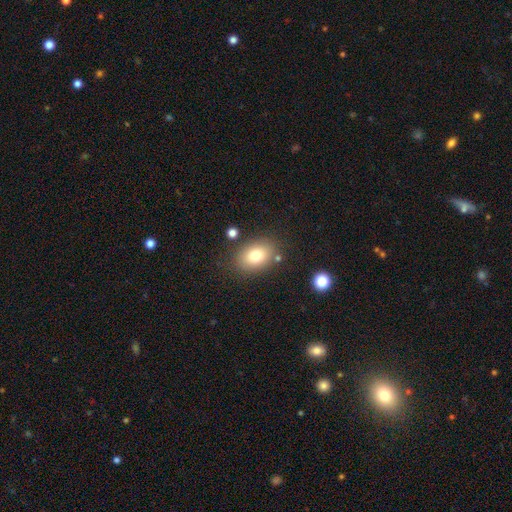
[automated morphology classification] This appears to be a smooth galaxy with no disk features (77%) that is in between round and cigar-shaped (77%). Merging: none (81%).